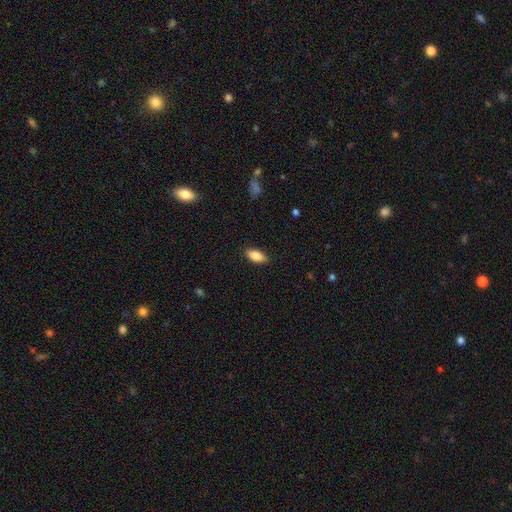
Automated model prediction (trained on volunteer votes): A smooth galaxy with no disk features (84%) that is in between round and cigar-shaped (88%).

Vote fractions:
- Smooth or featured? smooth: 84% / featured or disk: 9% / star or artifact: 7%
- How rounded? in between: 88% / cigar-shaped: 10% / round: 3%
- Merging? none: 87% / minor disturbance: 10% / major disturbance: 2% / merger: 1%